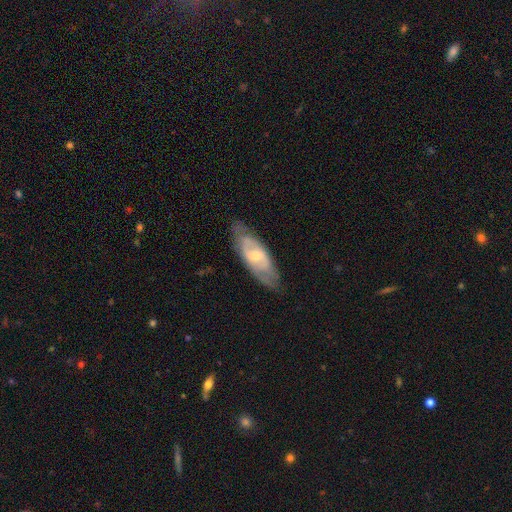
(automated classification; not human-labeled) Overall: featured or disk (64%; smooth 31%). Edge-on disk: no (82%). Bar: weak (44%; no 42%). Spiral arms: yes (70%; no 30%). Bulge size: moderate (50%; small 43%). Merging: none (73%).